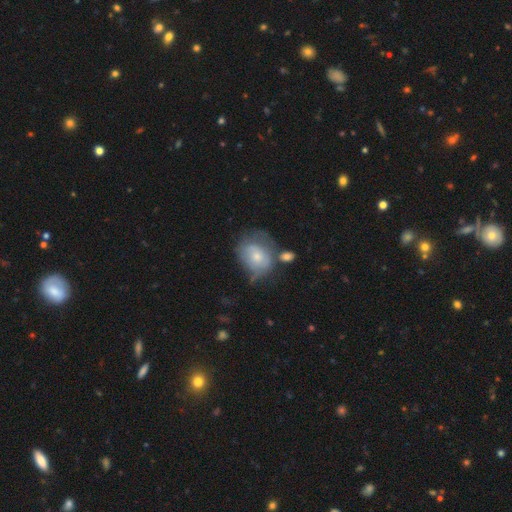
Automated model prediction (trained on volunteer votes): Morphology: type=smooth (53%); roundness=in between (50%); merging=none (42%).